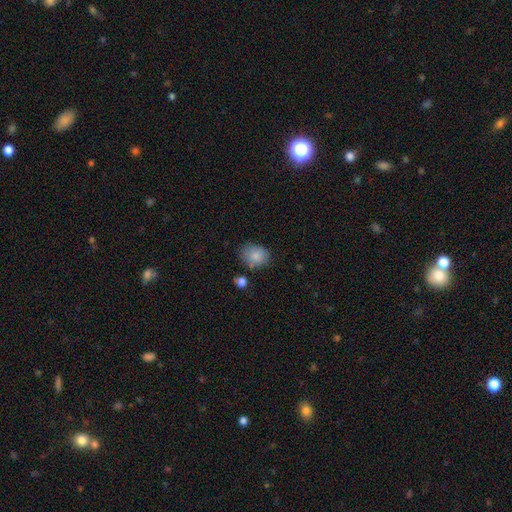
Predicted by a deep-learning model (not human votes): A smooth galaxy with no disk features (84%) that is in between round and cigar-shaped (56%).

Vote fractions:
- Smooth or featured? smooth: 84% / star or artifact: 8% / featured or disk: 7%
- How rounded? in between: 56% / round: 43% / cigar-shaped: 1%
- Merging? none: 67% / minor disturbance: 21% / merger: 6% / major disturbance: 5%